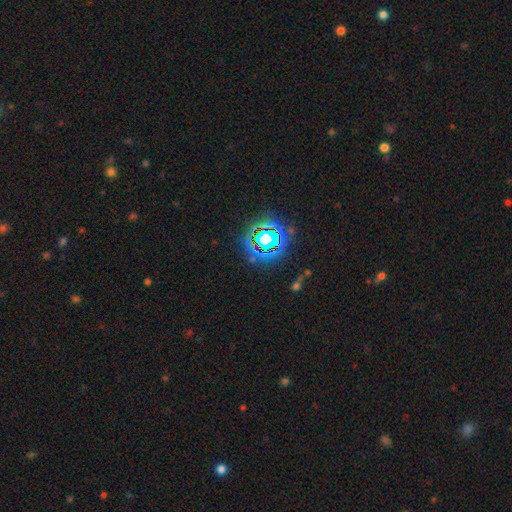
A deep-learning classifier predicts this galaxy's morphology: Smooth or featured?
  - star or artifact: 75% *
  - smooth: 15%
  - featured or disk: 10%